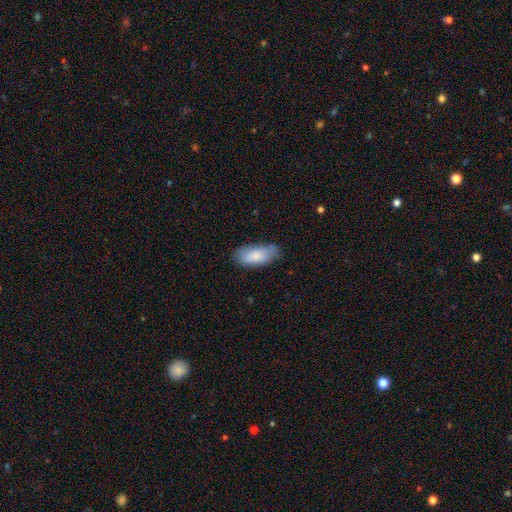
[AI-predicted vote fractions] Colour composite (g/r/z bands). It shows a smooth galaxy with no disk features (78%) that is in between round and cigar-shaped (85%). Merging: none (66%).